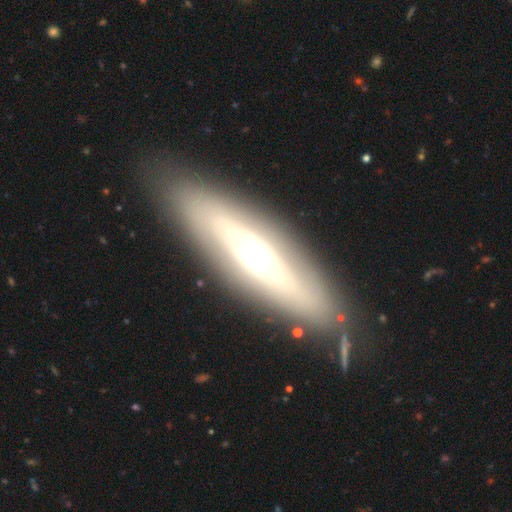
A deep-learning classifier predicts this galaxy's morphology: This is likely a featured or disk galaxy (66%). It is possibly viewed edge-on (57%). Merging: clearly none (83%).